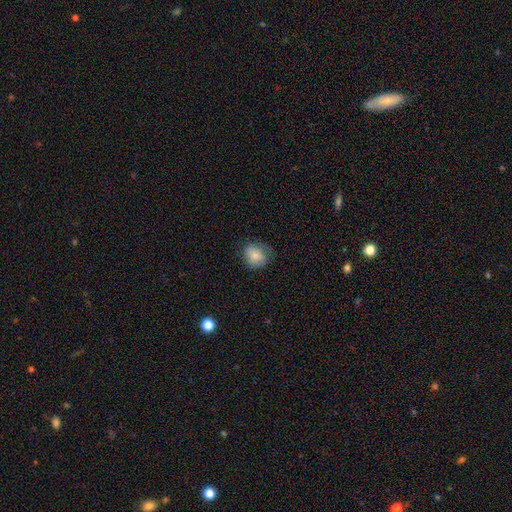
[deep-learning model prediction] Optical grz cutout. It shows a smooth galaxy with no disk features (72%) that is round (68%). Merging: none (65%).